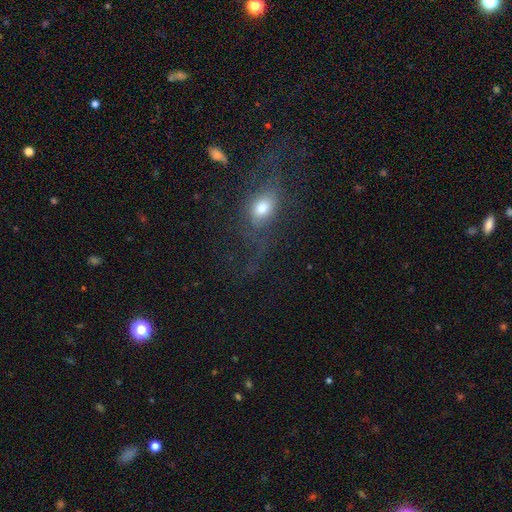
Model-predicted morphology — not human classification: Overall: featured or disk (51%; smooth 30%). Edge-on disk: no (75%). Merging: none (61%).